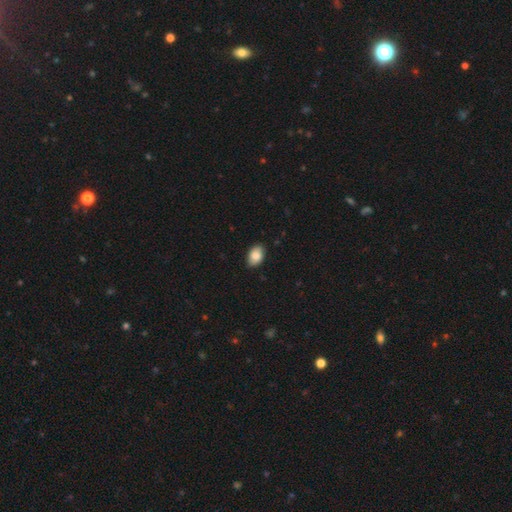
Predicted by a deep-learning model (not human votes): Smooth or featured? smooth (84%)
How rounded? in between (89%)
Merging? none (86%)